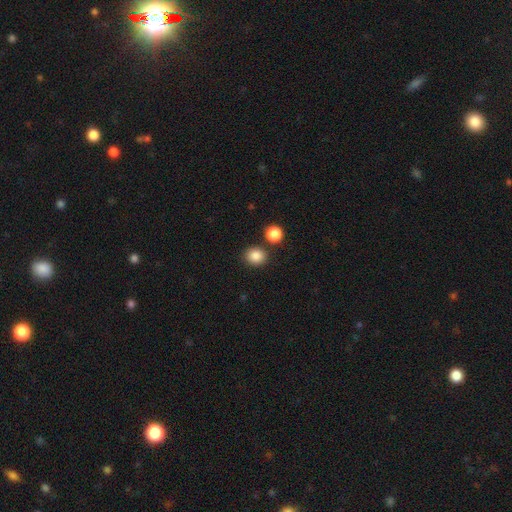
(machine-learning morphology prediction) The model was most divided on "how rounded": round: 74%, in between: 25%, cigar-shaped: 1%. More confident: smooth or featured — smooth (87%); merging — none (81%).